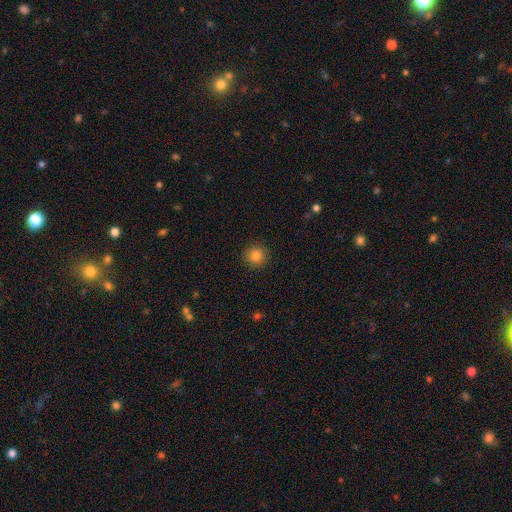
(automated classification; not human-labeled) Smooth or featured?
  - smooth: 84% *
  - star or artifact: 11%
  - featured or disk: 5%
How rounded?
  - round: 95% *
  - in between: 5%
  - cigar-shaped: 1%
Merging?
  - none: 91% *
  - minor disturbance: 6%
  - major disturbance: 2%
  - merger: 1%